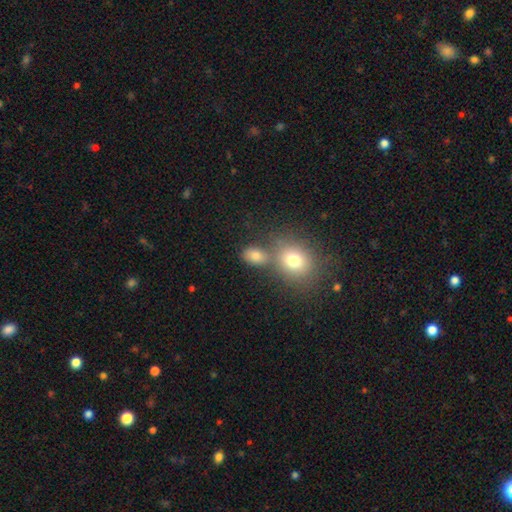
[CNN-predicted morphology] Smooth or featured: smooth — 77% (star or artifact — 13%)
How rounded: in between — 66% (round — 32%)
Merging: none — 58% (merger — 25%)